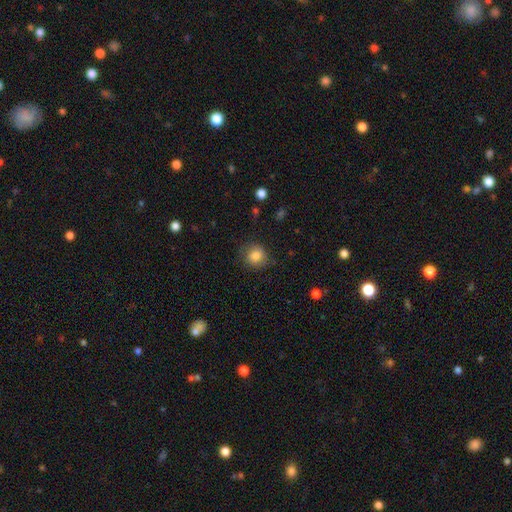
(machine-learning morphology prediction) Smooth or featured? Predicted: smooth (p=0.84). How rounded? Predicted: round (p=0.82). Merging? Predicted: none (p=0.79).